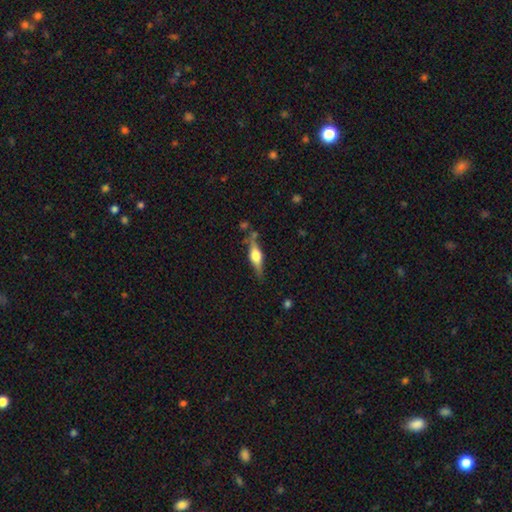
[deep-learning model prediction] Smooth or featured?
  - featured or disk: 62% *
  - smooth: 31%
  - star or artifact: 7%
Edge-on disk?
  - yes: 95% *
  - no: 5%
Edge-on bulge?
  - rounded: 90% *
  - boxy: 8%
  - none: 2%
Merging?
  - none: 75% *
  - minor disturbance: 15%
  - merger: 6%
  - major disturbance: 4%